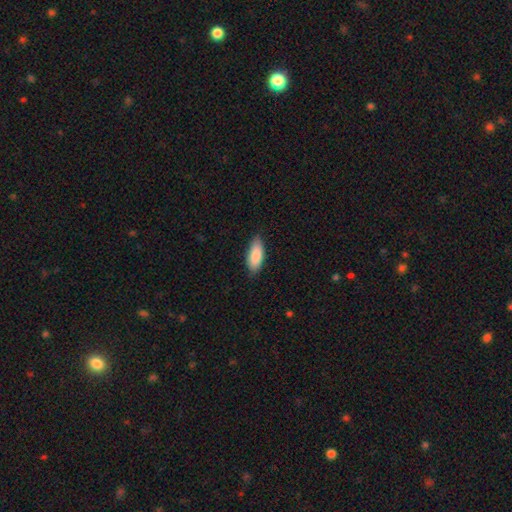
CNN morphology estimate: Smooth or featured?
  - smooth: 88% *
  - featured or disk: 6%
  - star or artifact: 5%
How rounded?
  - in between: 79% *
  - cigar-shaped: 20%
  - round: 2%
Merging?
  - none: 82% *
  - minor disturbance: 14%
  - major disturbance: 2%
  - merger: 1%